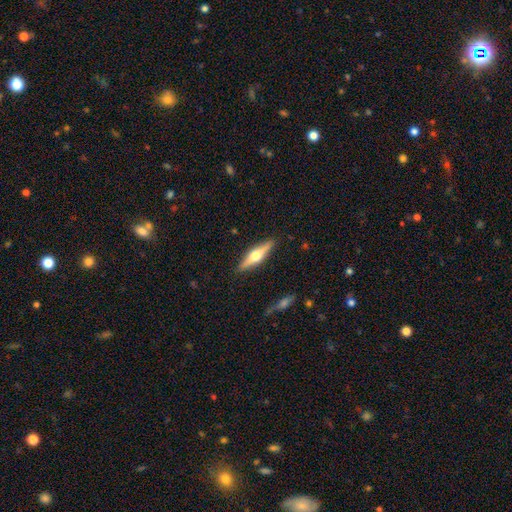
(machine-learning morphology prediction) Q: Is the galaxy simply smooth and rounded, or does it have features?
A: featured or disk — 61%.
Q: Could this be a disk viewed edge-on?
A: yes — 96%.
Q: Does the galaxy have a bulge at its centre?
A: rounded — 95%.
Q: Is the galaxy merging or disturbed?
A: none — 89%.